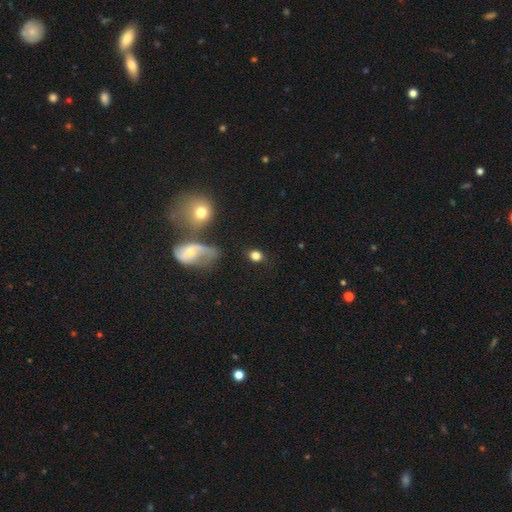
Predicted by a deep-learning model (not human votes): The model was most divided on "how rounded": round: 60%, in between: 37%, cigar-shaped: 2%. More confident: smooth or featured — smooth (77%); merging — none (67%).